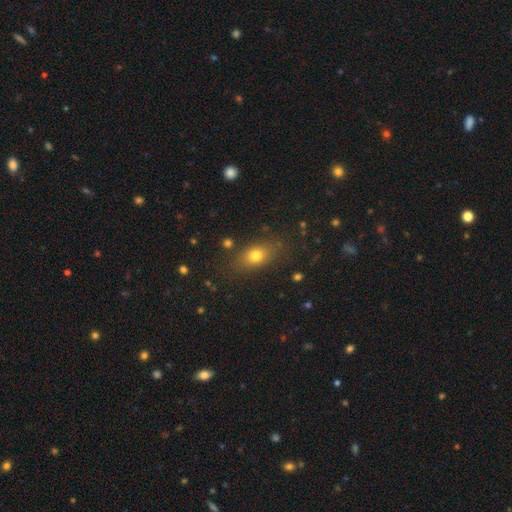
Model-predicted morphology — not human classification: Smooth or featured? smooth (75%)
How rounded? in between (70%)
Merging? none (79%)